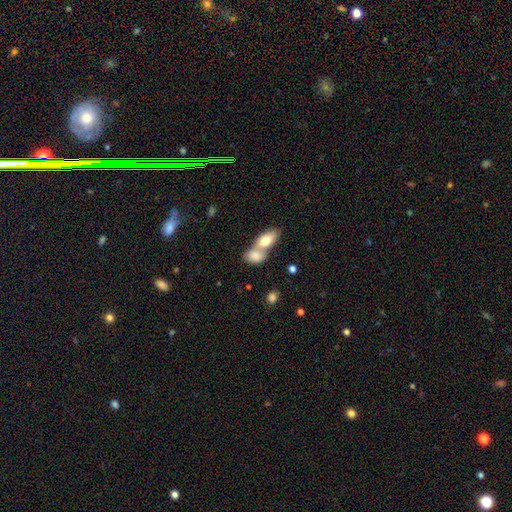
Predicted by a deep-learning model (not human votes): This appears to be a smooth galaxy with no disk features (80%) that is in between round and cigar-shaped (86%). Merging: merger (69%).